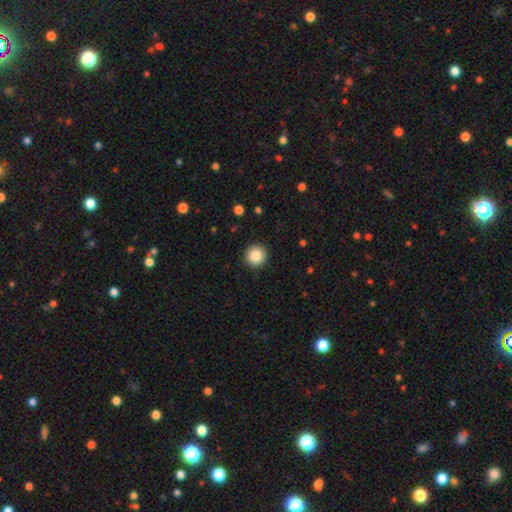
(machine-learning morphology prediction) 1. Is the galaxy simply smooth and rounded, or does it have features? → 86% smooth, 9% star or artifact, 5% featured or disk.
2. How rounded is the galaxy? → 95% round, 4% in between, 1% cigar-shaped.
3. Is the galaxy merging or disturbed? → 92% none, 5% minor disturbance, 2% major disturbance, 1% merger.